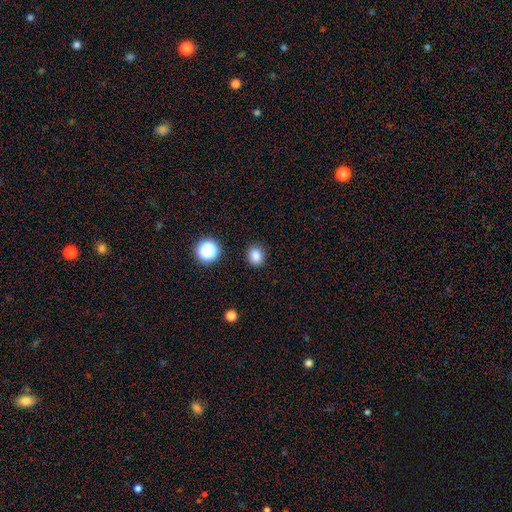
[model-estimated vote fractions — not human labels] smooth_or_featured: smooth (p=0.83) [alt: star or artifact p=0.13]
how_rounded: round (p=0.72) [alt: in between p=0.27]
merging: none (p=0.89) [alt: minor disturbance p=0.07]